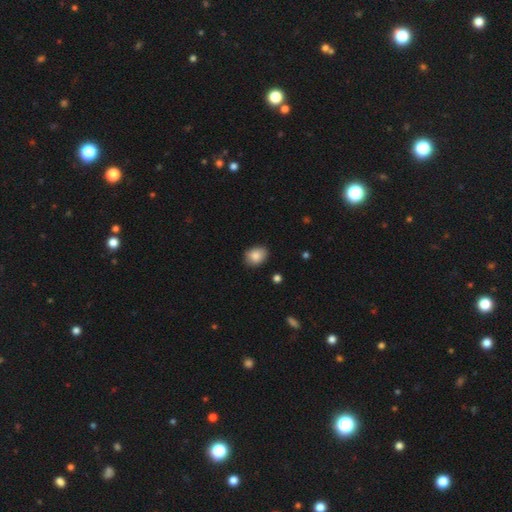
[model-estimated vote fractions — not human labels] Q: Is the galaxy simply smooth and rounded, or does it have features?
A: smooth — 85%.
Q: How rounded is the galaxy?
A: in between — 63%.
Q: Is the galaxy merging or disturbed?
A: none — 83%.